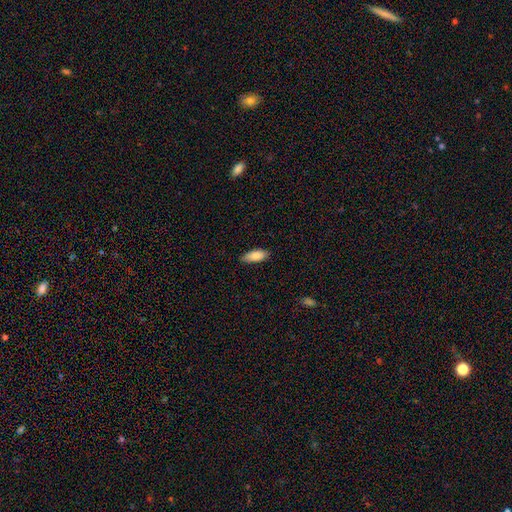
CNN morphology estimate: A smooth galaxy with no disk features (87%) that is in between round and cigar-shaped (80%). Merging: none (83%).